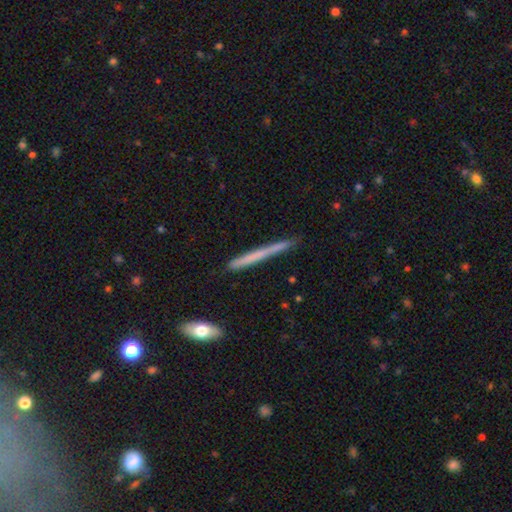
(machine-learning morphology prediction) Smooth or featured? Predicted: smooth (p=0.52). How rounded? Predicted: cigar-shaped (p=0.97). Merging? Predicted: none (p=0.88).